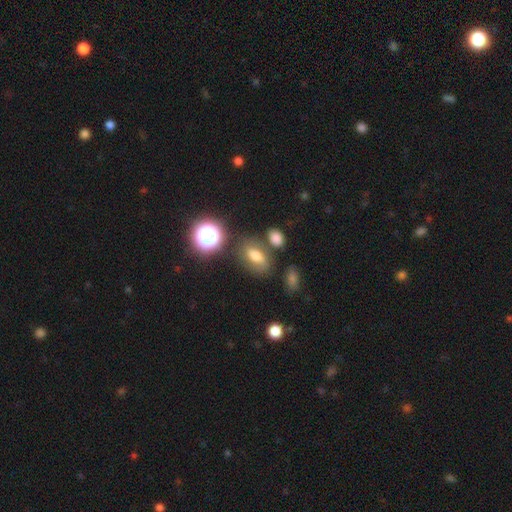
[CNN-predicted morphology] smooth 64%, featured or disk 20%, star or artifact 16%. Down the decision tree: how rounded — in between (79%); merging — none (67%).